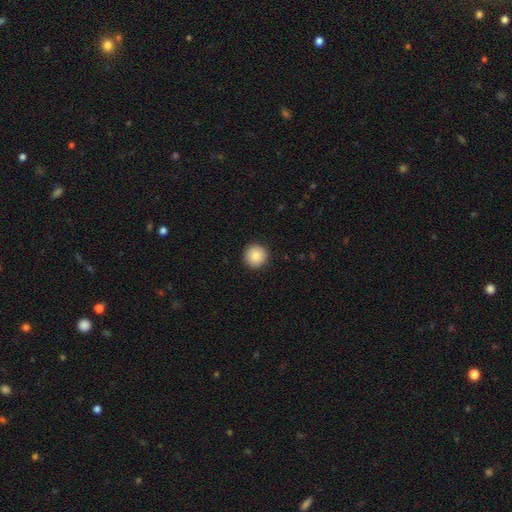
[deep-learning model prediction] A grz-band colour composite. It shows a smooth galaxy with no disk features (86%) that is round (96%). Merging: none (92%).